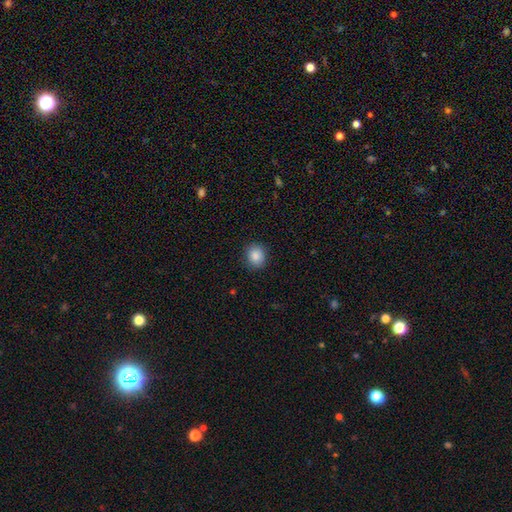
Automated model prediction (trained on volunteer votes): This is clearly a smooth galaxy (87%). How rounded: likely round (78%). Merging: clearly none (87%).